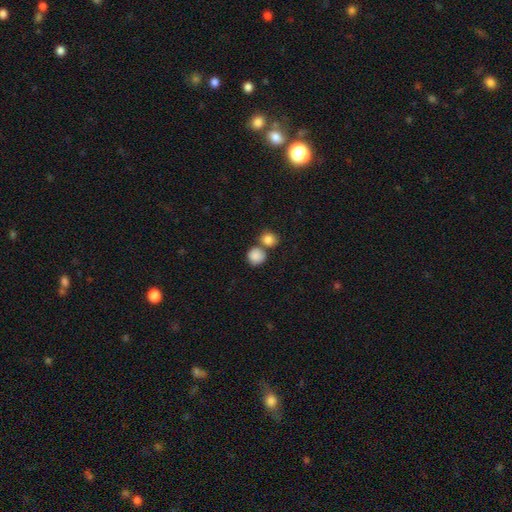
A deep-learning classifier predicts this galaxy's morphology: smooth 86%, star or artifact 9%, featured or disk 5%. Down the decision tree: how rounded — round (85%); merging — none (55%).